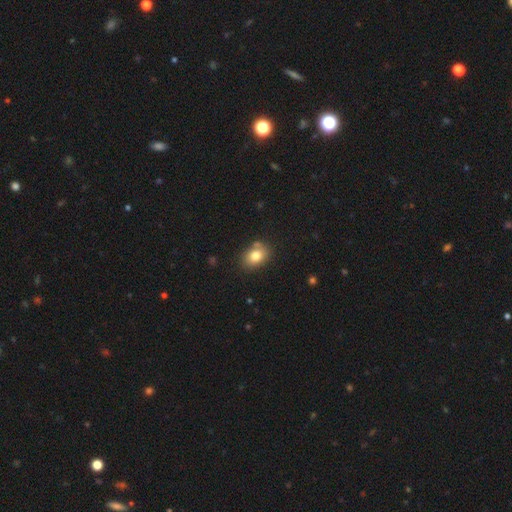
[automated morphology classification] Smooth or featured? Predicted: smooth (p=0.80). How rounded? Predicted: in between (p=0.71). Merging? Predicted: none (p=0.74).